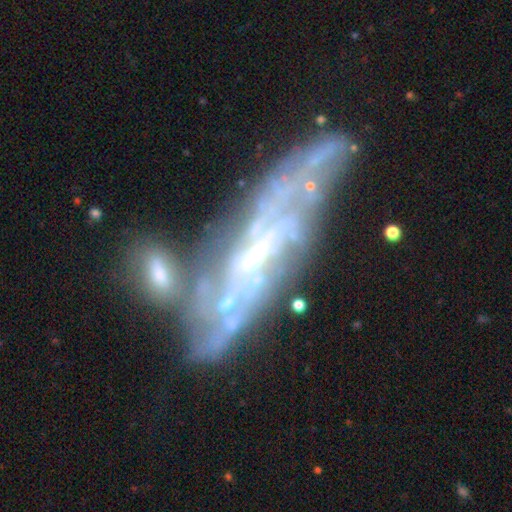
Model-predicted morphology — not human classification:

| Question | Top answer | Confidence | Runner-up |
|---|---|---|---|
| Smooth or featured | featured or disk | 84% | smooth (9%) |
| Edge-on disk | no | 78% | yes (22%) |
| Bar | no | 49% | weak (34%) |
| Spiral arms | yes | 86% | no (14%) |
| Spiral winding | tight | 53% | medium (33%) |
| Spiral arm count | can't tell | 51% | 2 (19%) |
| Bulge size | small | 69% | moderate (23%) |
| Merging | none | 41% | merger (28%) |